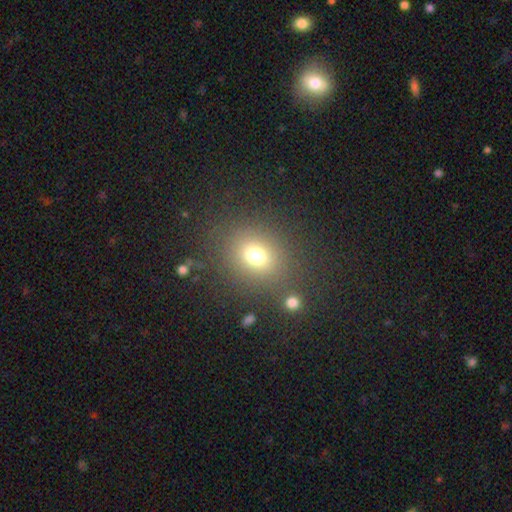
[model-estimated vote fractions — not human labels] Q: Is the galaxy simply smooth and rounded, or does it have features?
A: smooth — 72%.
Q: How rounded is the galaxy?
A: round — 71%.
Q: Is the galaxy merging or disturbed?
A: none — 79%.